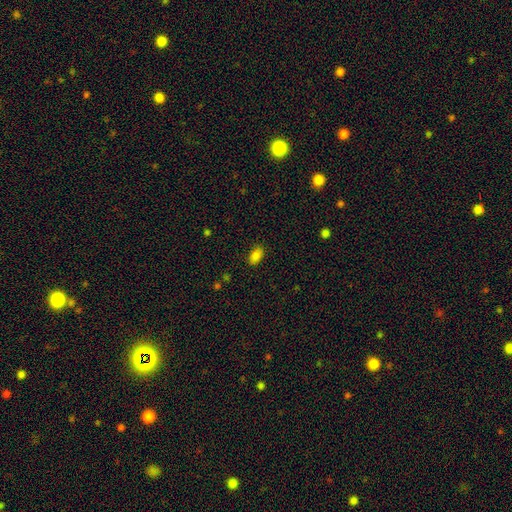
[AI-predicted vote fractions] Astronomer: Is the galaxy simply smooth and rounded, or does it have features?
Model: smooth — 86%.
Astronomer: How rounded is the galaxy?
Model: in between — 92%.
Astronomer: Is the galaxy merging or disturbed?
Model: none — 87%.